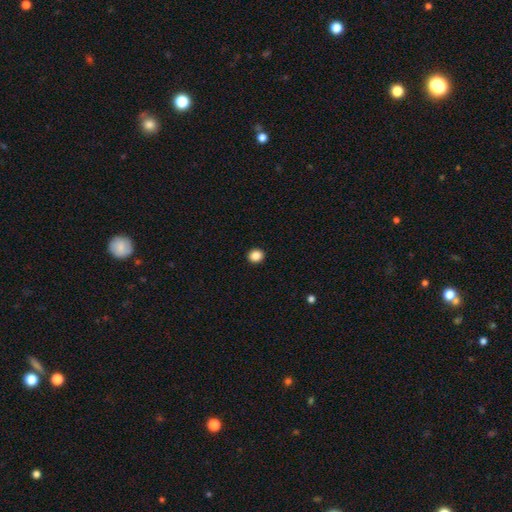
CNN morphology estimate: Smooth or featured? smooth (87%)
How rounded? round (84%)
Merging? none (93%)